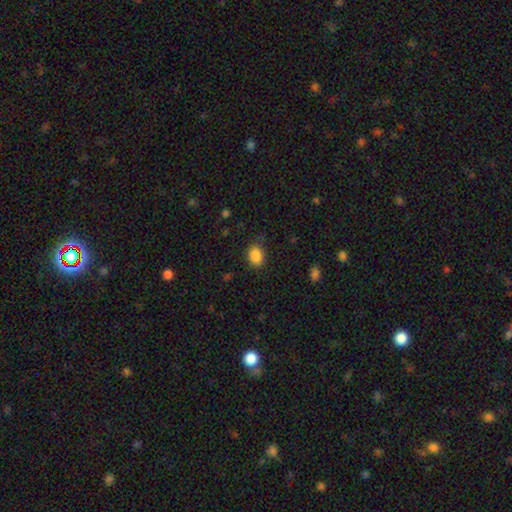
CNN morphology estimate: smooth 87%, star or artifact 9%, featured or disk 4%. Down the decision tree: how rounded — in between (72%); merging — none (77%).